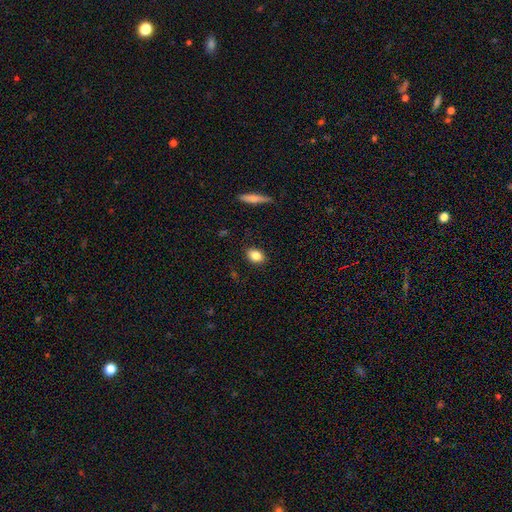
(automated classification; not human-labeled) The model was most divided on "how rounded": in between: 65%, round: 33%, cigar-shaped: 2%. More confident: merging — none (86%); smooth or featured — smooth (84%).